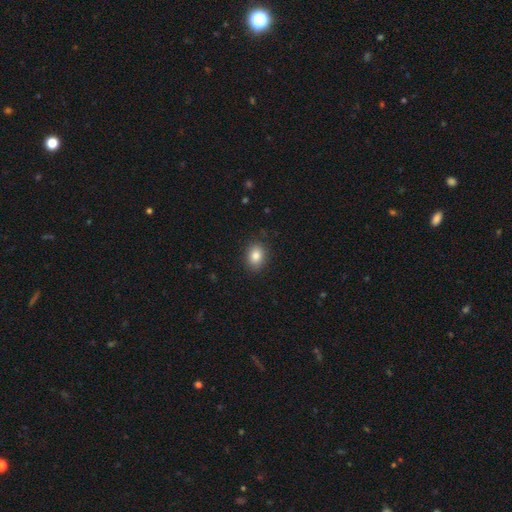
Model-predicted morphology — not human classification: Smooth or featured?
  - smooth: 85% *
  - star or artifact: 9%
  - featured or disk: 6%
How rounded?
  - in between: 59% *
  - round: 40%
  - cigar-shaped: 1%
Merging?
  - none: 88% *
  - minor disturbance: 9%
  - major disturbance: 2%
  - merger: 1%